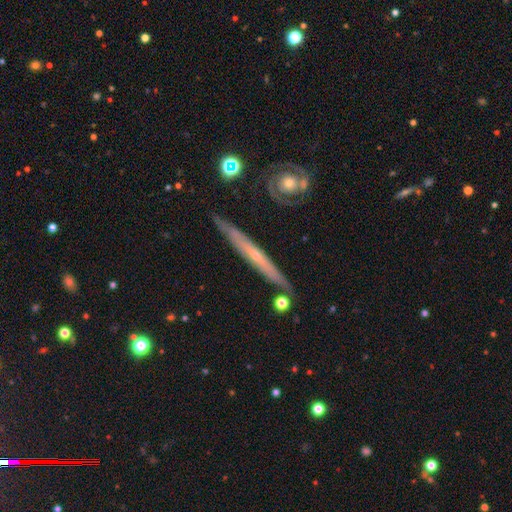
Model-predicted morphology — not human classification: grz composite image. It shows a featured or disk galaxy (72%) viewed edge-on (89%) with no central bulge (54%). Merging: none (82%).